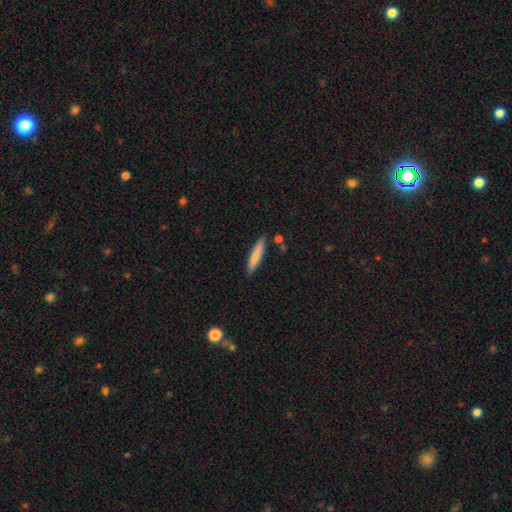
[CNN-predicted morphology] smooth_or_featured: smooth (p=0.79) [alt: featured or disk p=0.15]
how_rounded: cigar-shaped (p=0.89) [alt: in between p=0.10]
merging: none (p=0.85) [alt: minor disturbance p=0.10]